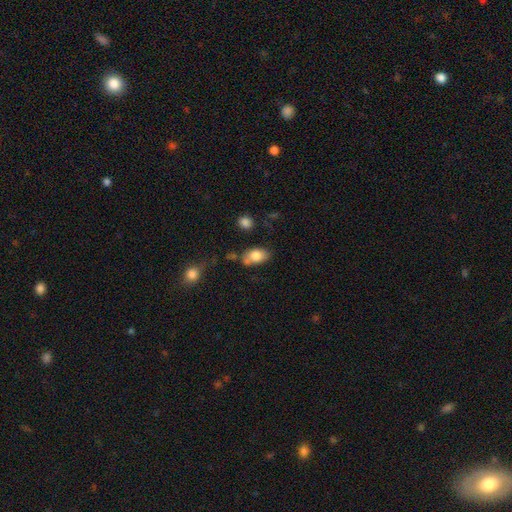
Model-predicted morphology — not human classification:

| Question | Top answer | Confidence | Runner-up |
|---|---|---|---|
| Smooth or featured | smooth | 81% | featured or disk (12%) |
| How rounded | in between | 88% | round (11%) |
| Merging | none | 60% | minor disturbance (23%) |